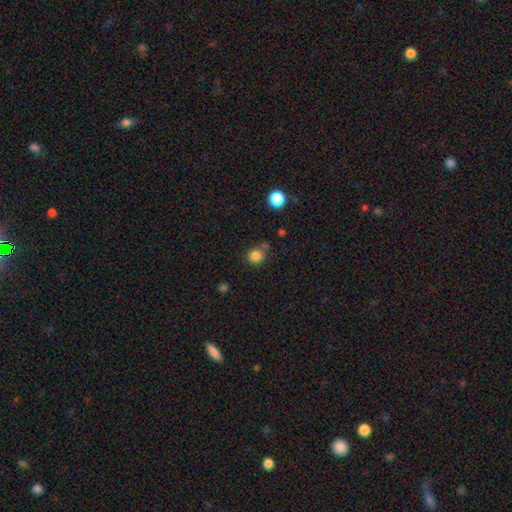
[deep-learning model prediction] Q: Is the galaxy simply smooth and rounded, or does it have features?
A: smooth — 83%.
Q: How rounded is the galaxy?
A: round — 89%.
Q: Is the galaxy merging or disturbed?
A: none — 70%.